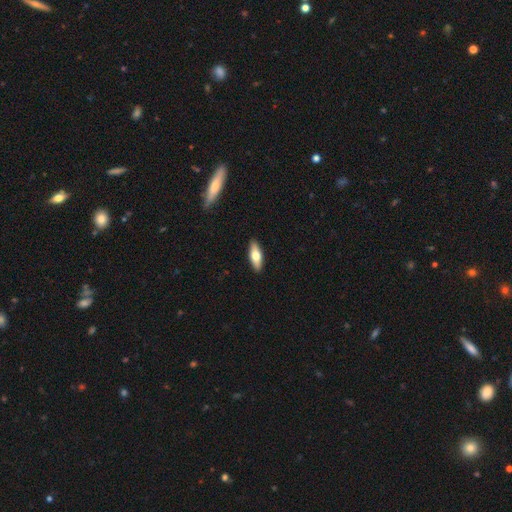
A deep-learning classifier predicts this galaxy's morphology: The model was most divided on "how rounded": in between: 62%, cigar-shaped: 36%, round: 2%. More confident: merging — none (90%); smooth or featured — smooth (63%).